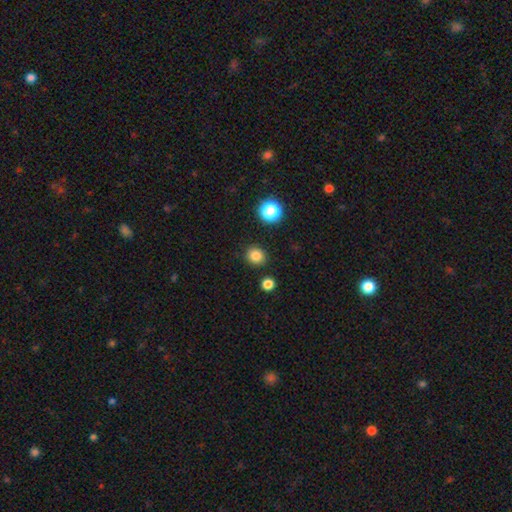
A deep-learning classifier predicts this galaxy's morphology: The model was most divided on "how rounded": round: 83%, in between: 16%, cigar-shaped: 1%. More confident: merging — none (88%); smooth or featured — smooth (83%).